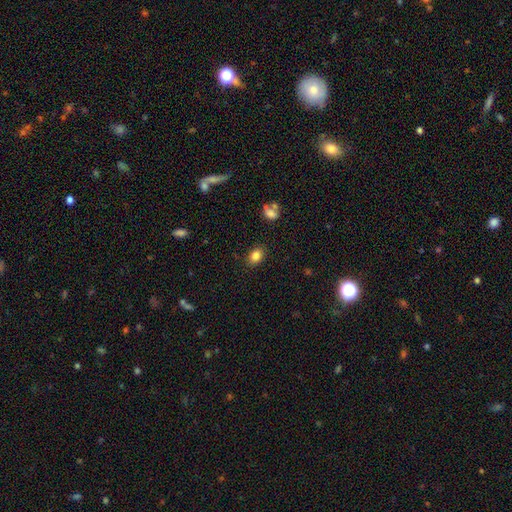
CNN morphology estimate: Overall: smooth (84%). How rounded: in between (72%). Merging: none (85%).